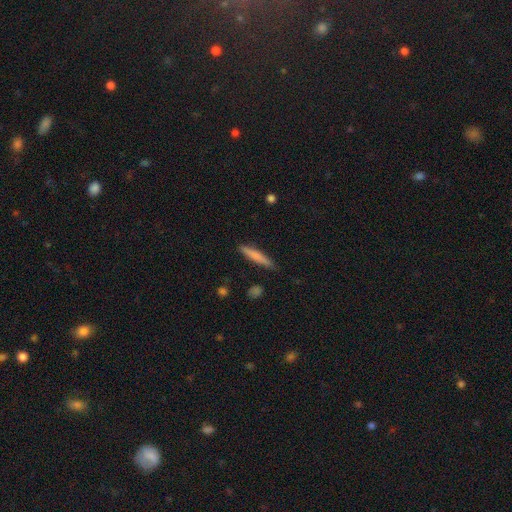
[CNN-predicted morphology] smooth-or-featured: smooth: 75% | featured or disk: 20% | star or artifact: 6%
  how-rounded: cigar-shaped: 92% | in between: 7% | round: 1%
  merging: none: 84% | minor disturbance: 12% | major disturbance: 2% | merger: 2%